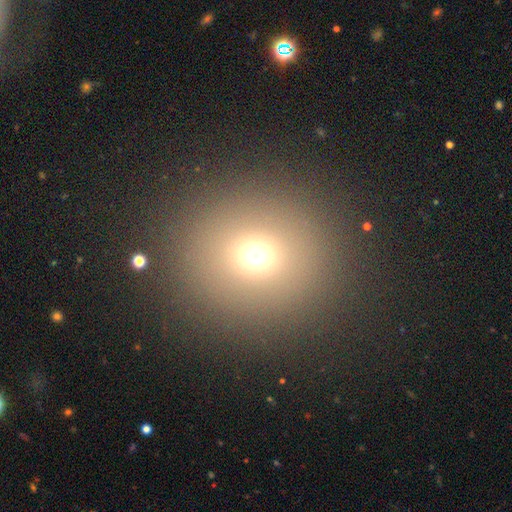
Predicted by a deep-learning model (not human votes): Smooth or featured? smooth (69%)
How rounded? round (89%)
Merging? none (89%)